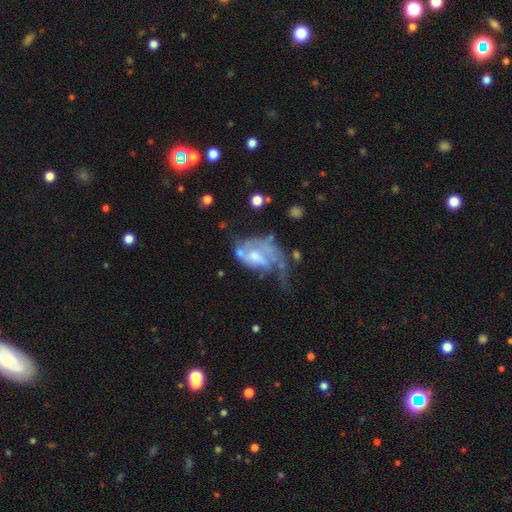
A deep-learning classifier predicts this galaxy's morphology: Smooth or featured?
  - featured or disk: 71% *
  - smooth: 21%
  - star or artifact: 8%
Edge-on disk?
  - no: 97% *
  - yes: 3%
Bar?
  - no: 56% *
  - weak: 36%
  - strong: 8%
Spiral arms?
  - yes: 72% *
  - no: 28%
Bulge size?
  - moderate: 45% *
  - small: 31%
  - none: 13%
  - large: 9%
  - dominant: 2%
Merging?
  - major disturbance: 48% *
  - none: 22%
  - minor disturbance: 20%
  - merger: 10%